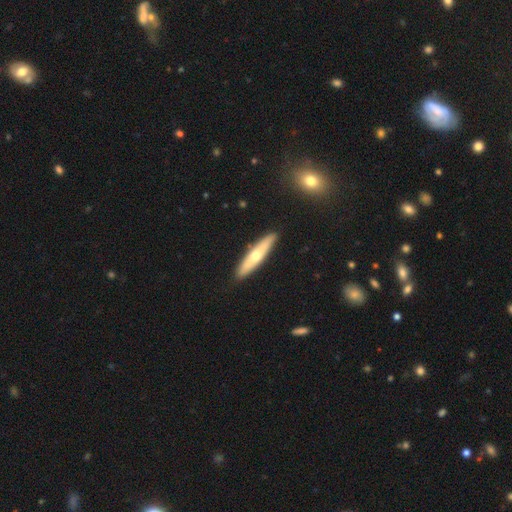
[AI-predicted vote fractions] Smooth or featured: featured or disk — 49% (smooth — 45%)
Merging: none — 89% (minor disturbance — 8%)